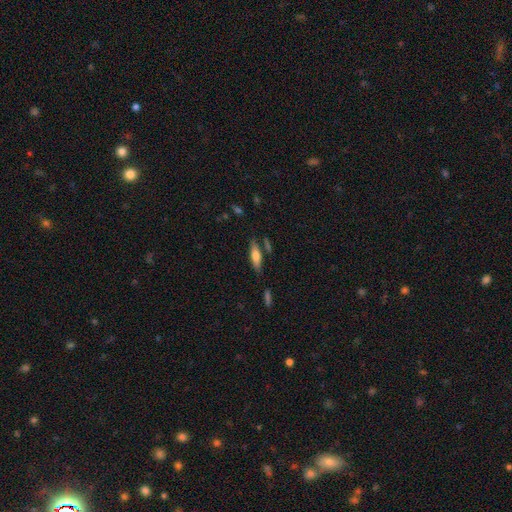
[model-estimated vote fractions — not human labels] smooth 63%, featured or disk 30%, star or artifact 7%. Down the decision tree: how rounded — cigar-shaped (59%); merging — none (76%).